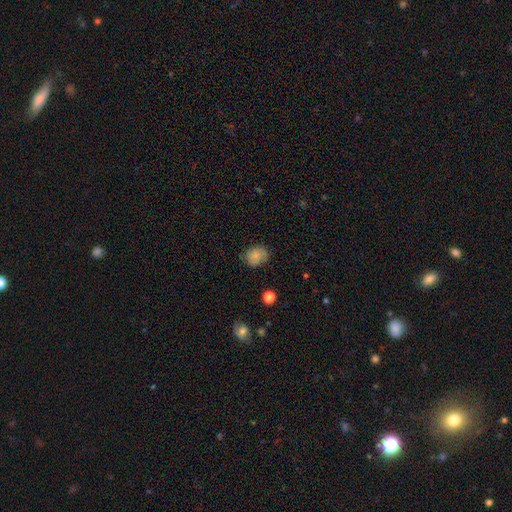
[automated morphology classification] Overall: smooth (73%). How rounded: round (58%; in between 41%). Merging: none (65%; minor disturbance 26%).